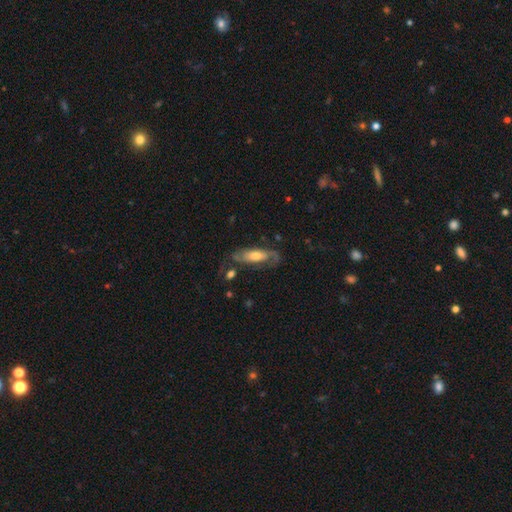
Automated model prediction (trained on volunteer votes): The model was most divided on "smooth or featured": featured or disk: 61%, smooth: 33%, star or artifact: 6%. More confident: edge-on disk — no (82%); merging — none (54%).